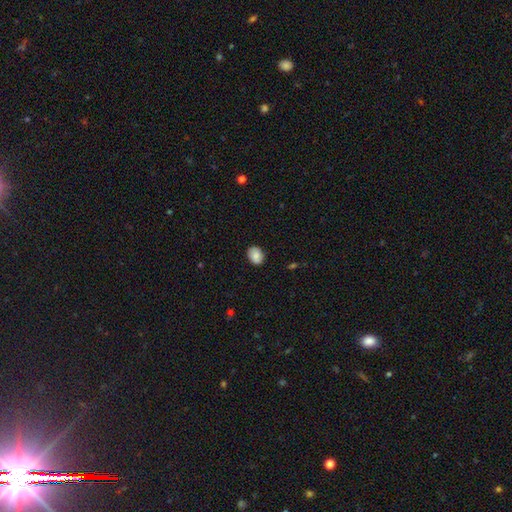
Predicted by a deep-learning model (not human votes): A smooth galaxy with no disk features (86%) that is in between round and cigar-shaped (61%).

Vote fractions:
- Smooth or featured? smooth: 86% / star or artifact: 8% / featured or disk: 7%
- How rounded? in between: 61% / round: 38% / cigar-shaped: 1%
- Merging? none: 85% / minor disturbance: 11% / major disturbance: 2% / merger: 1%